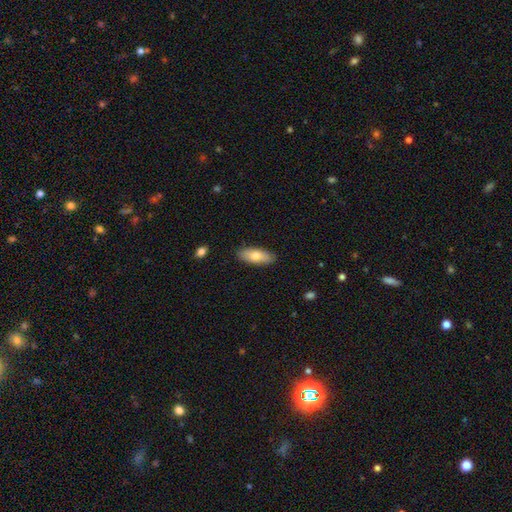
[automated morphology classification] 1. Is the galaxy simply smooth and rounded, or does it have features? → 75% smooth, 19% featured or disk, 6% star or artifact.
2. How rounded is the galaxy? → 77% in between, 21% cigar-shaped, 2% round.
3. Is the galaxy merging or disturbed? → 88% none, 9% minor disturbance, 2% major disturbance, 1% merger.